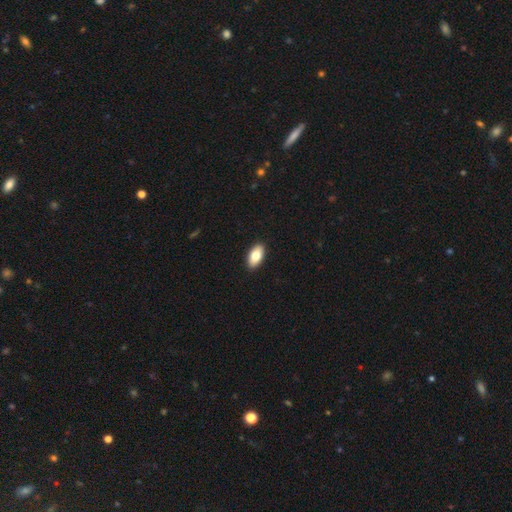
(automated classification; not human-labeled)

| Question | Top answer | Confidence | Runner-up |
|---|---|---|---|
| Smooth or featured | smooth | 80% | featured or disk (13%) |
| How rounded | in between | 93% | round (3%) |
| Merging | none | 91% | minor disturbance (7%) |